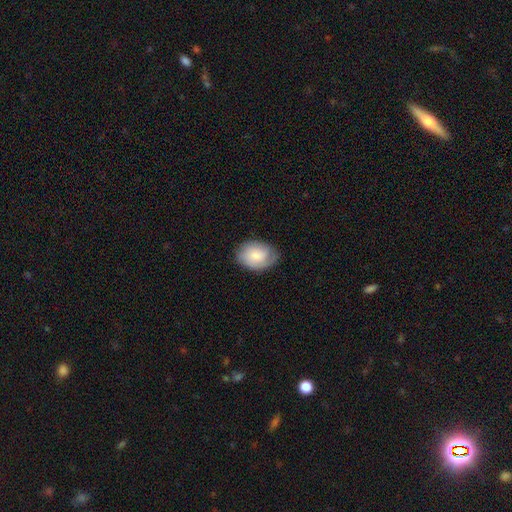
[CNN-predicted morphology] This appears to be a smooth galaxy with no disk features (71%) that is in between round and cigar-shaped (78%). Merging: none (71%).